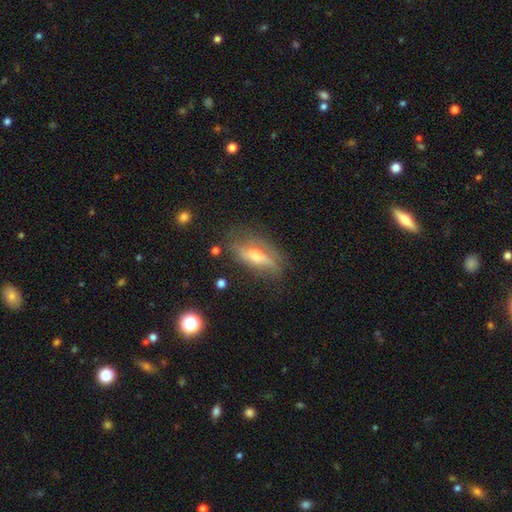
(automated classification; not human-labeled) A featured or disk galaxy (50%). Merging: none (59%).